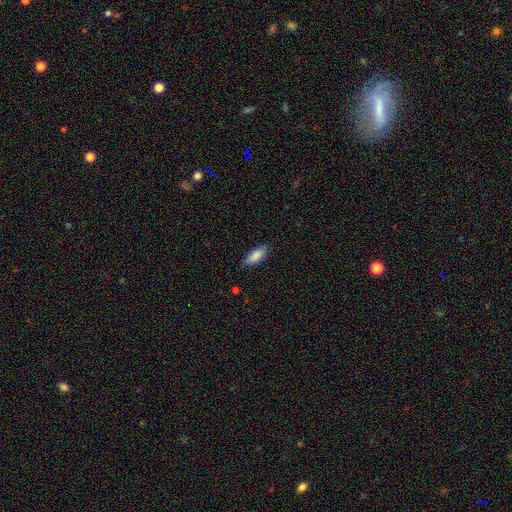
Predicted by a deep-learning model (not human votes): Overall: smooth (85%). How rounded: in between (73%). Merging: none (79%).